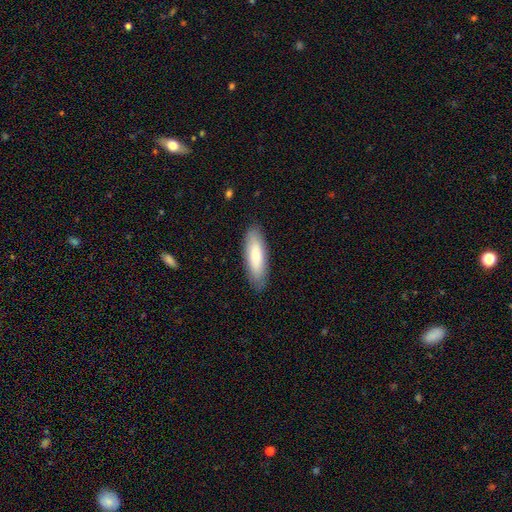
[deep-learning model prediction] Q: Smooth or featured?
A: smooth (79%); runner-up: featured or disk (16%)
Q: How rounded?
A: in between (49%); tied with: cigar-shaped (49%)
Q: Merging?
A: none (87%); runner-up: minor disturbance (10%)